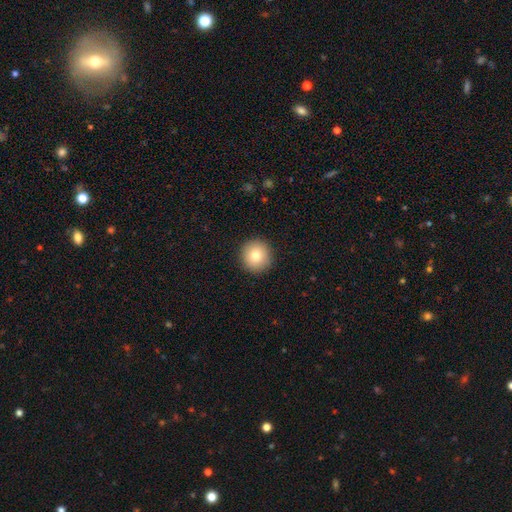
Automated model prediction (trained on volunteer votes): A smooth galaxy with no disk features (79%) that is round (95%). Merging: none (92%).